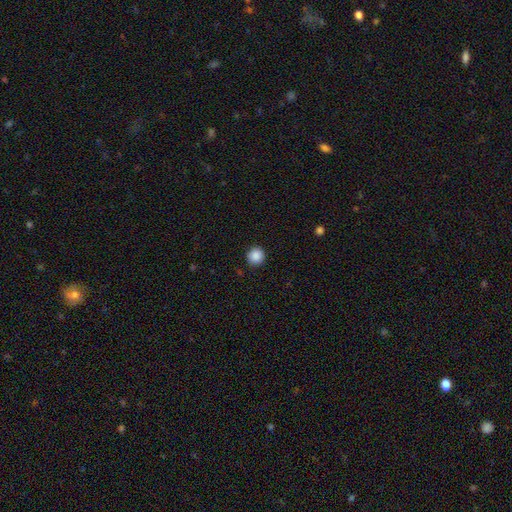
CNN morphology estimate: A smooth galaxy with no disk features (88%) that is round (95%).

Vote fractions:
- Smooth or featured? smooth: 88% / star or artifact: 9% / featured or disk: 3%
- How rounded? round: 95% / in between: 4% / cigar-shaped: 1%
- Merging? none: 92% / minor disturbance: 5% / major disturbance: 2% / merger: 1%